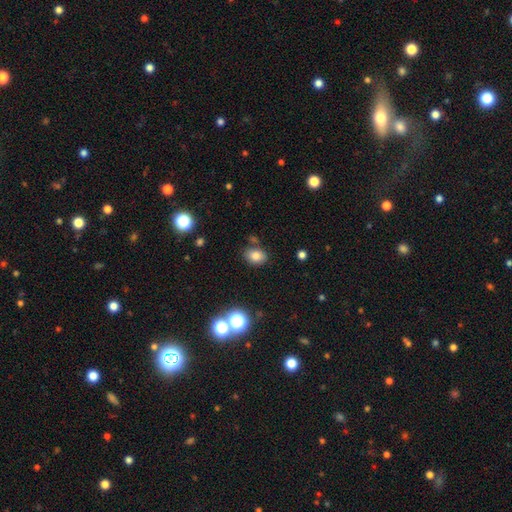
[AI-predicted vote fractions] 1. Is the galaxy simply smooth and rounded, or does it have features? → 80% smooth, 13% star or artifact, 8% featured or disk.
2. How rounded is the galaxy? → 72% in between, 26% round, 1% cigar-shaped.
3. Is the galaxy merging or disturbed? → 78% none, 13% minor disturbance, 6% merger, 3% major disturbance.